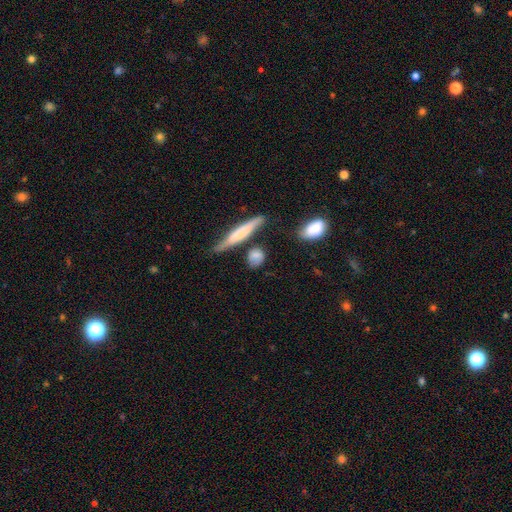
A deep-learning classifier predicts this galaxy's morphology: Smooth or featured? smooth (73%)
How rounded? round (38%)
Merging? none (65%)